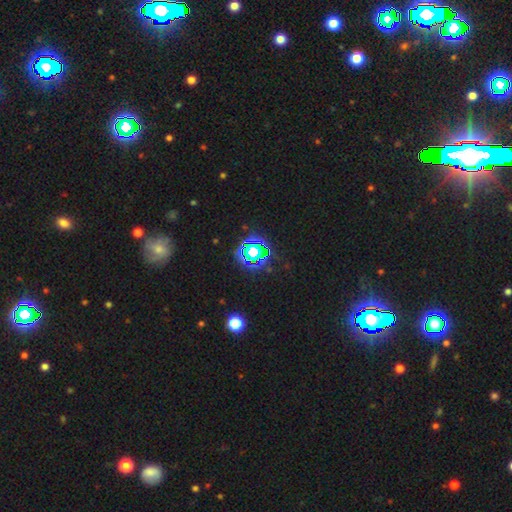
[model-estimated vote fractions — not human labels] A star or artifact, not a galaxy (75%).

Vote fractions:
- Smooth or featured? star or artifact: 75% / smooth: 16% / featured or disk: 10%